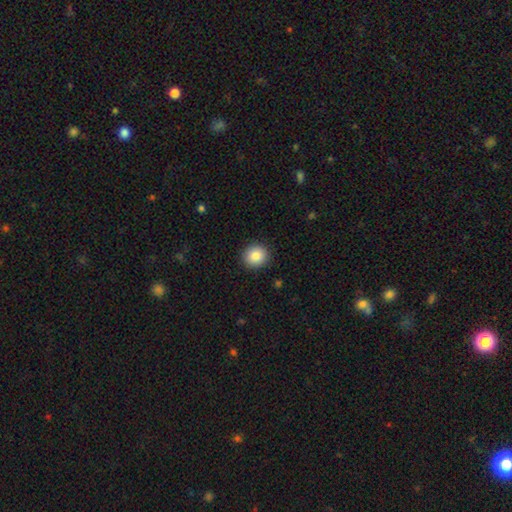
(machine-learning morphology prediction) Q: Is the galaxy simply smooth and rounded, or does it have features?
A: smooth — 86%.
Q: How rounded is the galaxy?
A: round — 88%.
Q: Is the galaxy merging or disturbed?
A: none — 91%.